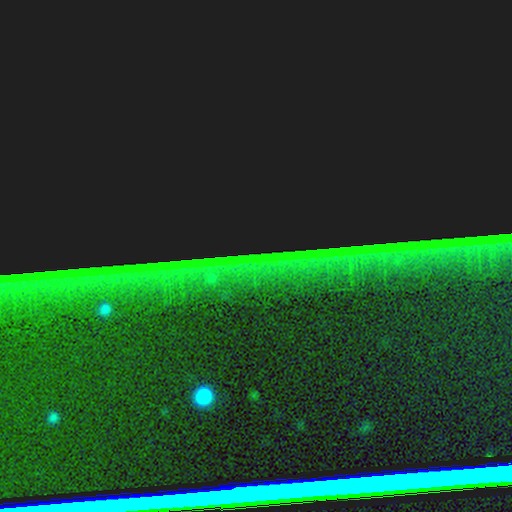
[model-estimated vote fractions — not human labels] This appears to be a star or artifact, not a galaxy (87%).